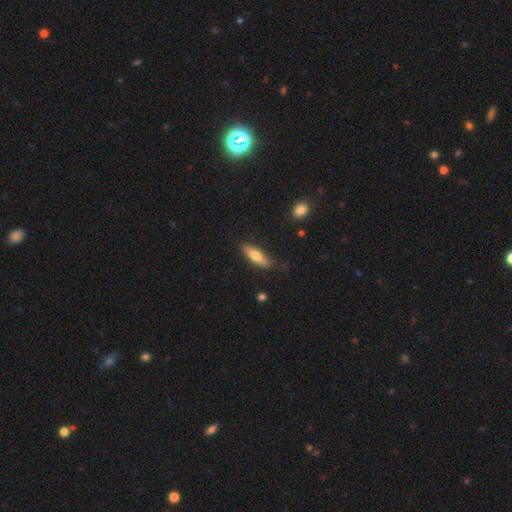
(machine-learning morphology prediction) type=smooth (65%); roundness=cigar-shaped (58%); merging=none (80%).